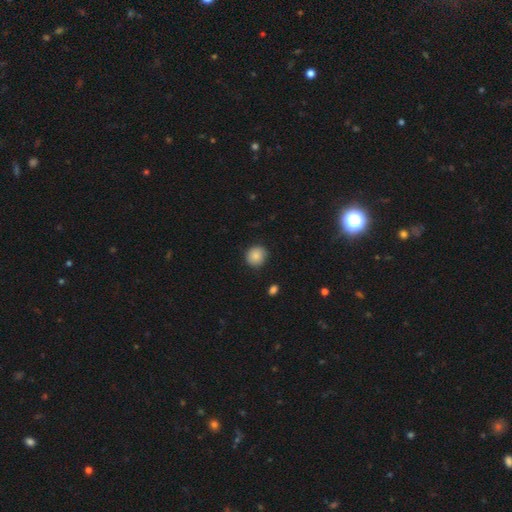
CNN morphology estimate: Smooth or featured? Predicted: smooth (p=0.87). How rounded? Predicted: round (p=0.86). Merging? Predicted: none (p=0.85).